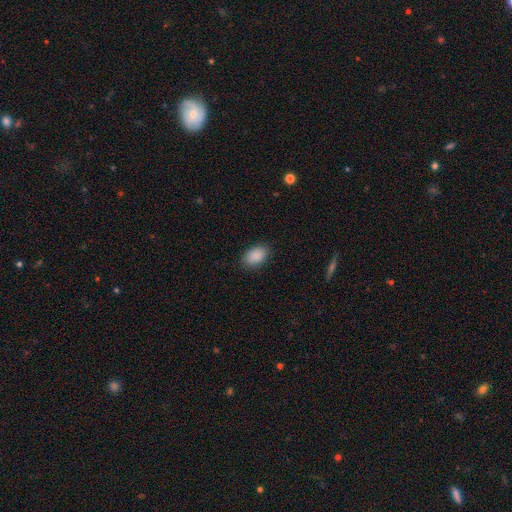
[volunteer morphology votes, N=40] Q: Smooth or featured?
A: smooth (95%); runner-up: featured or disk (2%)
Q: How rounded?
A: in between (92%); runner-up: round (8%)
Q: Merging?
A: none (97%); runner-up: minor disturbance (3%)